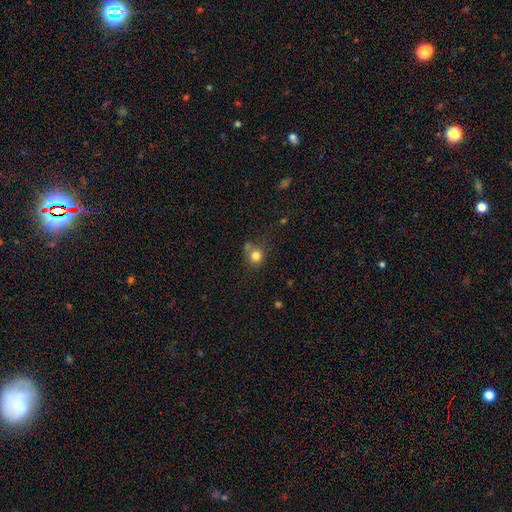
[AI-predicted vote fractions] smooth 80%, star or artifact 12%, featured or disk 8%. Down the decision tree: how rounded — round (83%); merging — none (60%).